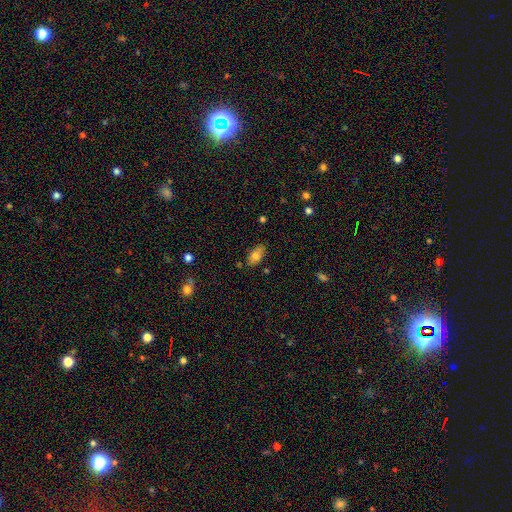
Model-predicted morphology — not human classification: The model was most divided on "smooth or featured": smooth: 78%, featured or disk: 14%, star or artifact: 8%. More confident: how rounded — in between (91%); merging — none (82%).